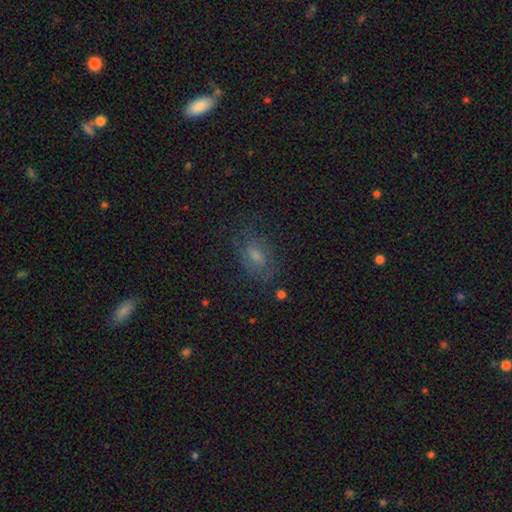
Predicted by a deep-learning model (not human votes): smooth 42%, featured or disk 32%, star or artifact 26%. Down the decision tree: merging — none (72%).